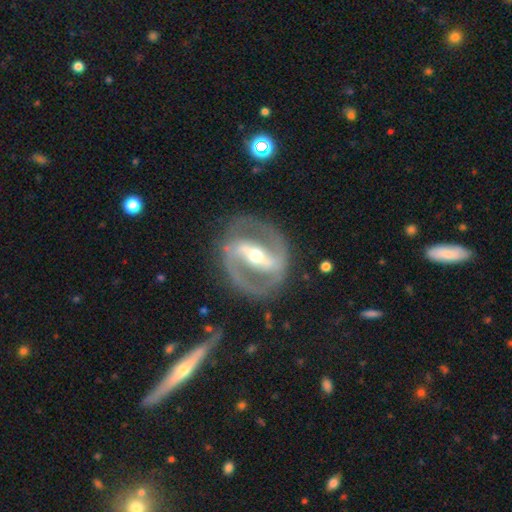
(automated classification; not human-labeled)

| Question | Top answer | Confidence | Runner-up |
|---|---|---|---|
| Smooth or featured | featured or disk | 88% | smooth (8%) |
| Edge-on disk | no | 95% | yes (5%) |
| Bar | strong | 73% | weak (19%) |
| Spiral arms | yes | 86% | no (14%) |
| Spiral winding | medium | 51% | tight (34%) |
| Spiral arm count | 2 | 90% | can't tell (4%) |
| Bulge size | moderate | 63% | small (31%) |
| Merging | none | 82% | minor disturbance (11%) |